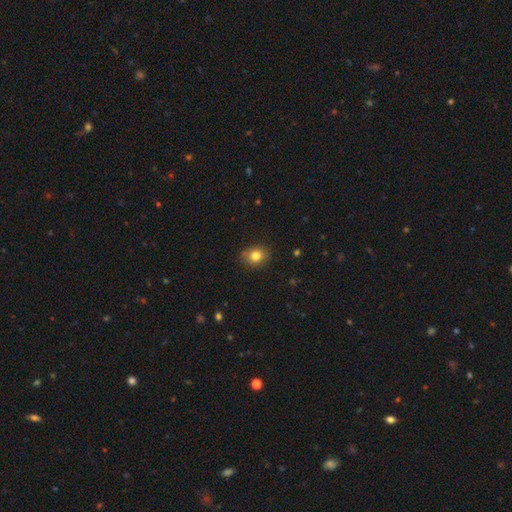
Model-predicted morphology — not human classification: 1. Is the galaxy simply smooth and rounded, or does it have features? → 82% smooth, 11% star or artifact, 7% featured or disk.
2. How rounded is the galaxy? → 57% round, 42% in between, 1% cigar-shaped.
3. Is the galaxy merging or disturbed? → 80% none, 15% minor disturbance, 3% major disturbance, 2% merger.